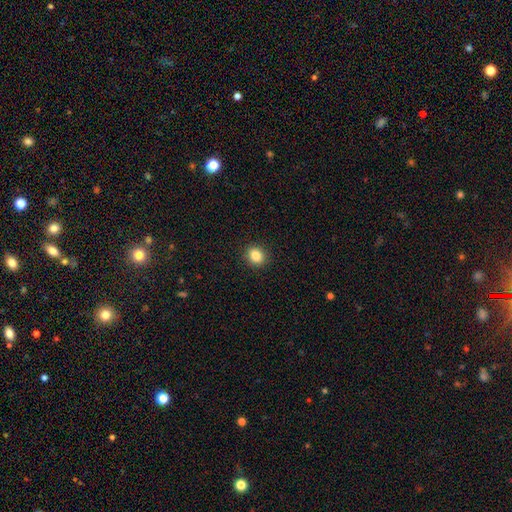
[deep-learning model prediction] This is clearly a smooth galaxy (84%). How rounded: likely round (77%). Merging: clearly none (92%).